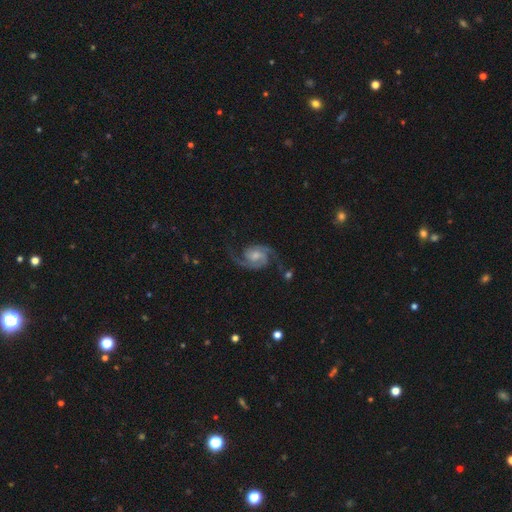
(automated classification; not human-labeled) Smooth or featured?
  - featured or disk: 91% *
  - star or artifact: 4%
  - smooth: 4%
Edge-on disk?
  - no: 98% *
  - yes: 2%
Bar?
  - no: 57% *
  - weak: 36%
  - strong: 8%
Spiral arms?
  - yes: 98% *
  - no: 2%
Spiral winding?
  - medium: 55% *
  - loose: 23%
  - tight: 21%
Spiral arm count?
  - 2: 93% *
  - 3: 2%
  - can't tell: 2%
  - 1: 1%
  - 4: 1%
  - more than 4: 1%
Bulge size?
  - moderate: 46% *
  - small: 32%
  - none: 11%
  - large: 9%
  - dominant: 2%
Merging?
  - none: 74% *
  - minor disturbance: 15%
  - major disturbance: 8%
  - merger: 2%